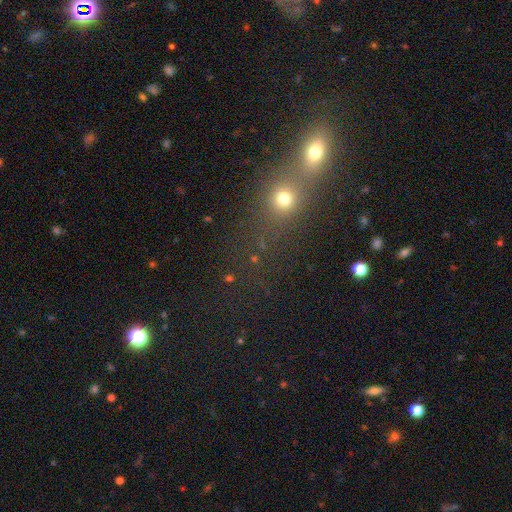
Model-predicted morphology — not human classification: Smooth or featured: smooth — 47% (star or artifact — 38%)
Merging: merger — 58% (none — 32%)